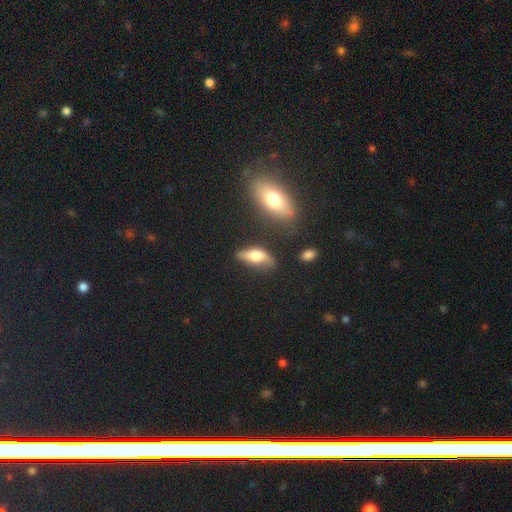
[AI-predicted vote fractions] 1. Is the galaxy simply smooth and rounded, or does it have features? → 59% smooth, 33% featured or disk, 8% star or artifact.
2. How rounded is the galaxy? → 69% in between, 27% cigar-shaped, 4% round.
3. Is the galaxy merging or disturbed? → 54% none, 28% minor disturbance, 11% major disturbance, 7% merger.